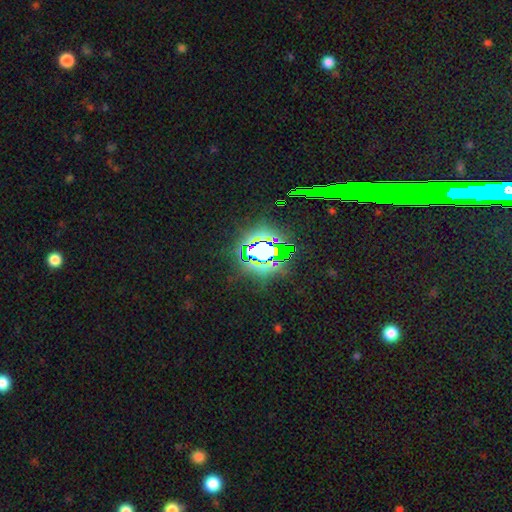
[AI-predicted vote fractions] A star or artifact, not a galaxy (70%).

Vote fractions:
- Smooth or featured? star or artifact: 70% / smooth: 18% / featured or disk: 12%